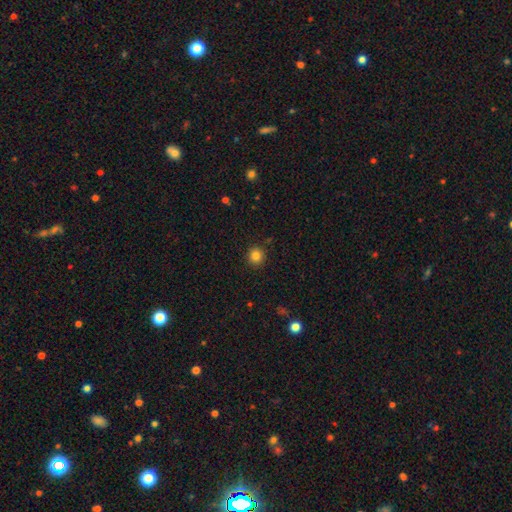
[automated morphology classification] smooth-or-featured: smooth: 83% | star or artifact: 12% | featured or disk: 5%
  how-rounded: round: 92% | in between: 7% | cigar-shaped: 1%
  merging: none: 91% | minor disturbance: 6% | major disturbance: 2% | merger: 1%